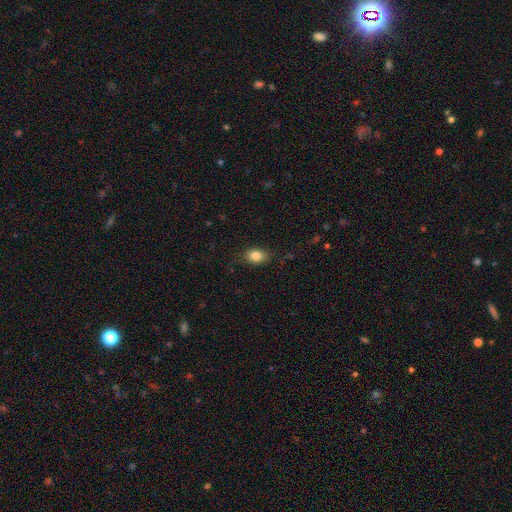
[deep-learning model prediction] A smooth galaxy with no disk features (84%) that is in between round and cigar-shaped (69%).

Vote fractions:
- Smooth or featured? smooth: 84% / star or artifact: 9% / featured or disk: 7%
- How rounded? in between: 69% / round: 30% / cigar-shaped: 1%
- Merging? none: 81% / minor disturbance: 14% / major disturbance: 4% / merger: 1%